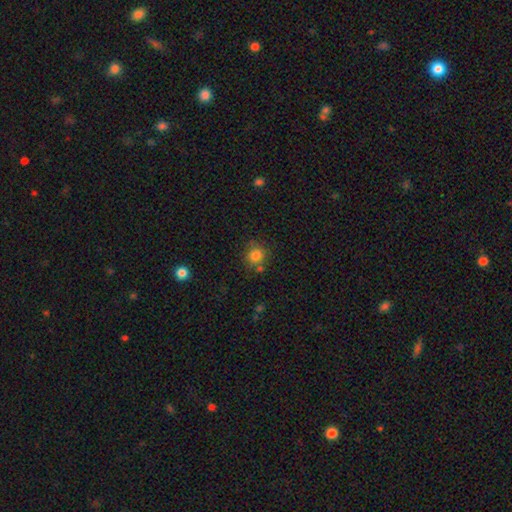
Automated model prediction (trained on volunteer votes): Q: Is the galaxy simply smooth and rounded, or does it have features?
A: smooth — 81%.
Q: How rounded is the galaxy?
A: round — 85%.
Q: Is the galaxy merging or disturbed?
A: none — 70%.